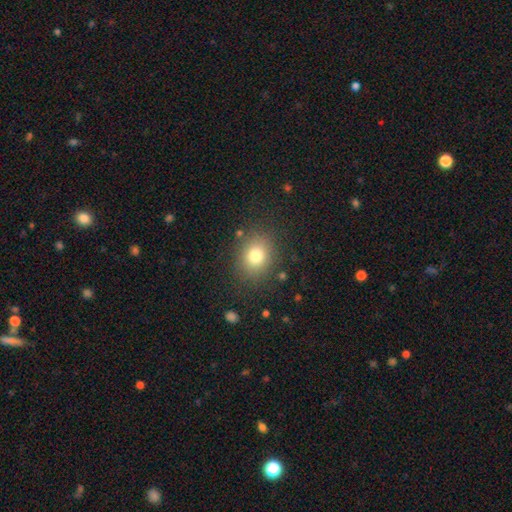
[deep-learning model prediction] The model was most divided on "how rounded": round: 60%, in between: 39%, cigar-shaped: 1%. More confident: merging — none (83%); smooth or featured — smooth (78%).